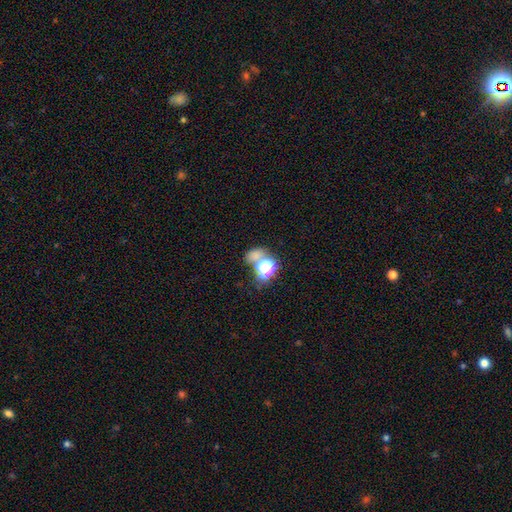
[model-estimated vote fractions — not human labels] Overall: smooth (58%; star or artifact 32%). How rounded: round (54%; in between 44%). Merging: none (49%; merger 31%).